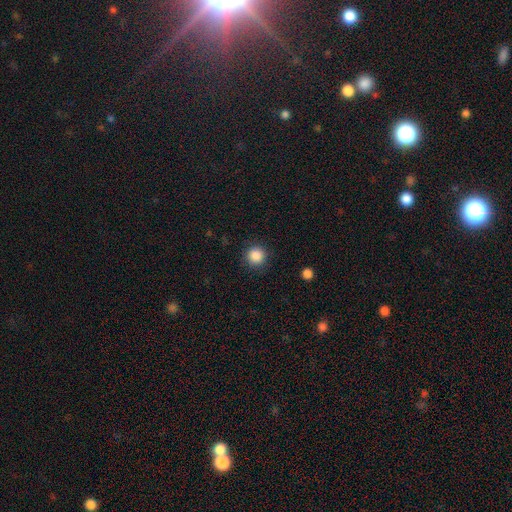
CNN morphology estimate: type=smooth (87%); roundness=round (95%); merging=none (90%).